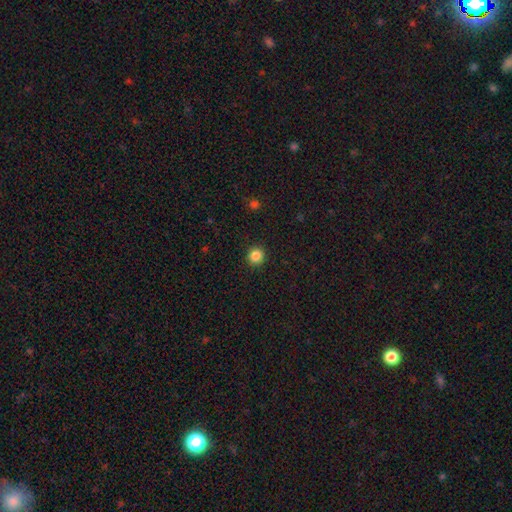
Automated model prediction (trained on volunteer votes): This appears to be a smooth galaxy with no disk features (85%) that is round (93%). Merging: none (92%).